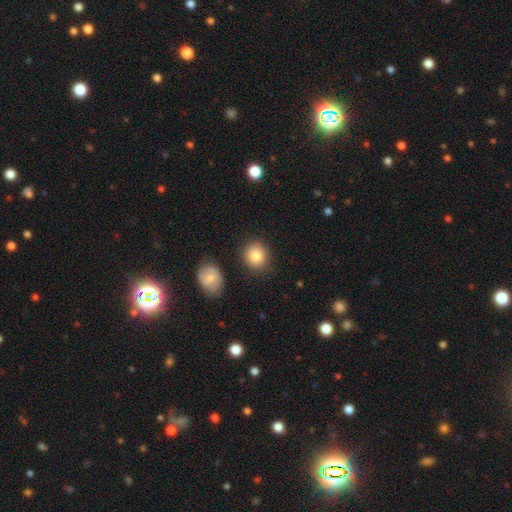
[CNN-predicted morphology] This appears to be a smooth galaxy with no disk features (85%) that is round (73%). Merging: none (83%).